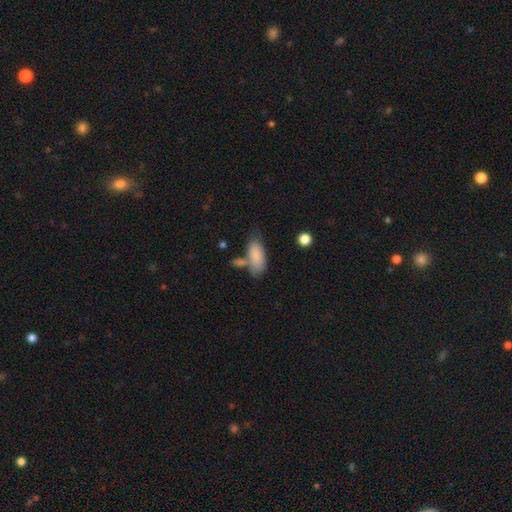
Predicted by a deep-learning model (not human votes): Smooth or featured? smooth (84%)
How rounded? in between (84%)
Merging? none (51%)